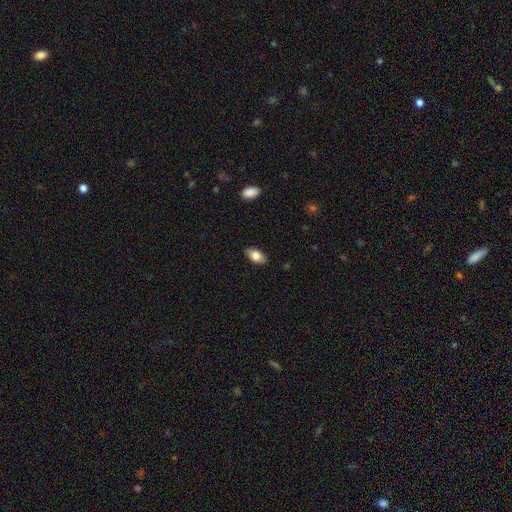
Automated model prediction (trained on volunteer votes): Overall: smooth (79%). How rounded: in between (92%). Merging: none (87%).